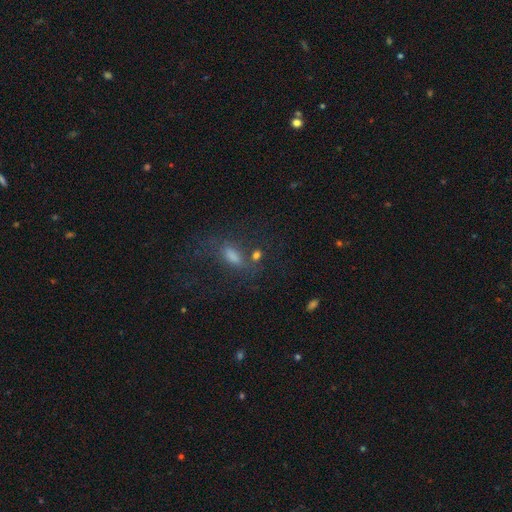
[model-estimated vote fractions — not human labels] A smooth galaxy with no disk features (48%).

Vote fractions:
- Smooth or featured? smooth: 48% / featured or disk: 26% / star or artifact: 25%
- Merging? none: 52% / major disturbance: 19% / minor disturbance: 17% / merger: 12%